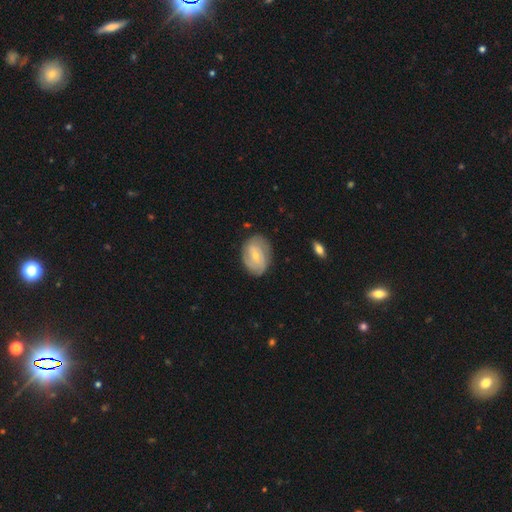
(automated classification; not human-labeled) Smooth or featured? featured or disk (59%)
Edge-on disk? no (95%)
Bar? weak (48%)
Spiral arms? yes (74%)
Bulge size? small (57%)
Merging? none (76%)